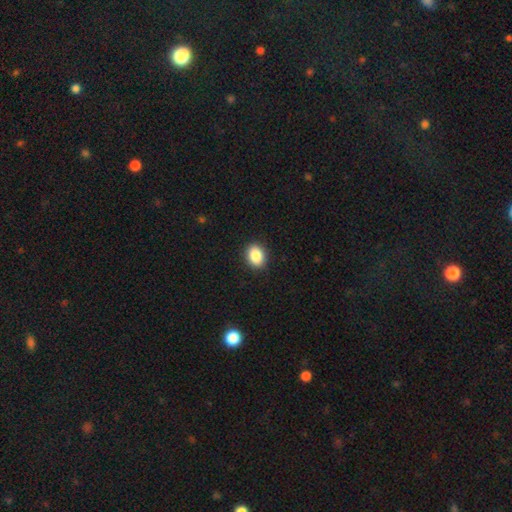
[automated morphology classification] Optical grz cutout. It shows a smooth galaxy with no disk features (87%) that is in between round and cigar-shaped (65%). Merging: none (91%).